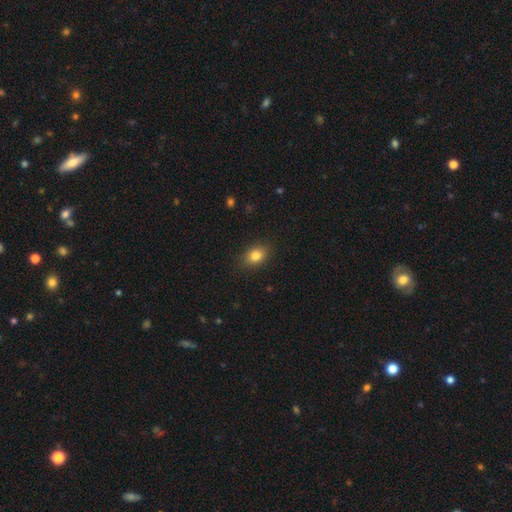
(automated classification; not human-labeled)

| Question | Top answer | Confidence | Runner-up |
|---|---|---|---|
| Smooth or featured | smooth | 82% | star or artifact (10%) |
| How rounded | in between | 74% | round (24%) |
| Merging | none | 87% | minor disturbance (9%) |